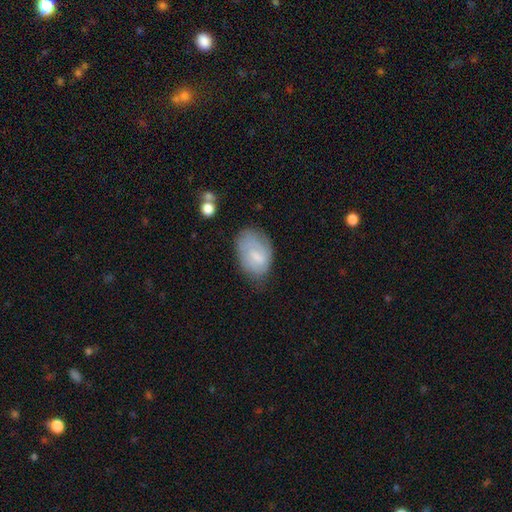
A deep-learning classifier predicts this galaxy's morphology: smooth-or-featured: smooth: 50% | featured or disk: 42% | star or artifact: 8%
  how-rounded: in between: 88% | round: 11% | cigar-shaped: 2%
  merging: none: 57% | minor disturbance: 31% | major disturbance: 10% | merger: 2%